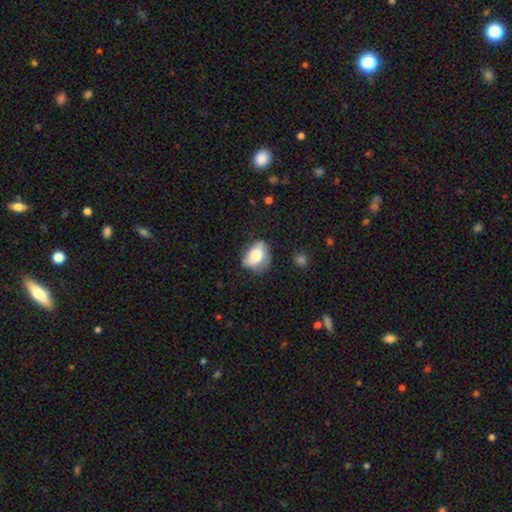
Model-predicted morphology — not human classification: Q: Smooth or featured?
A: smooth (72%); runner-up: featured or disk (20%)
Q: How rounded?
A: in between (74%); runner-up: round (24%)
Q: Merging?
A: none (50%); runner-up: minor disturbance (34%)